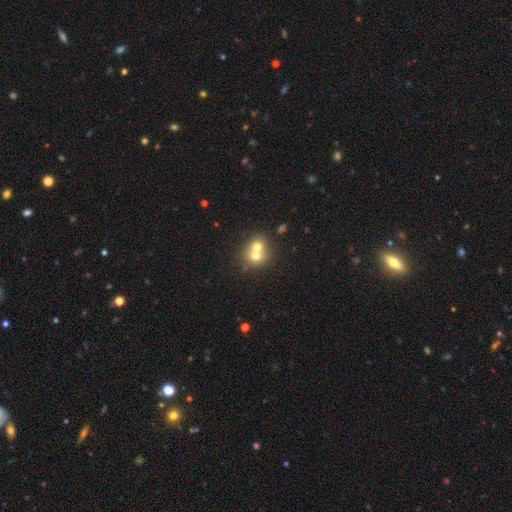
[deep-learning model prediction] Smooth or featured: smooth — 66% (featured or disk — 23%)
How rounded: round — 74% (in between — 25%)
Merging: merger — 66% (none — 27%)